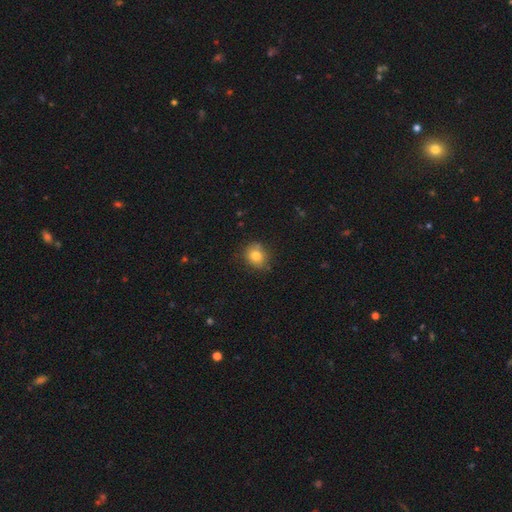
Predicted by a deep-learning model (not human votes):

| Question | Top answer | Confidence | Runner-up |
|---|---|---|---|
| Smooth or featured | smooth | 79% | star or artifact (11%) |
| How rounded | round | 73% | in between (26%) |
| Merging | none | 77% | minor disturbance (17%) |